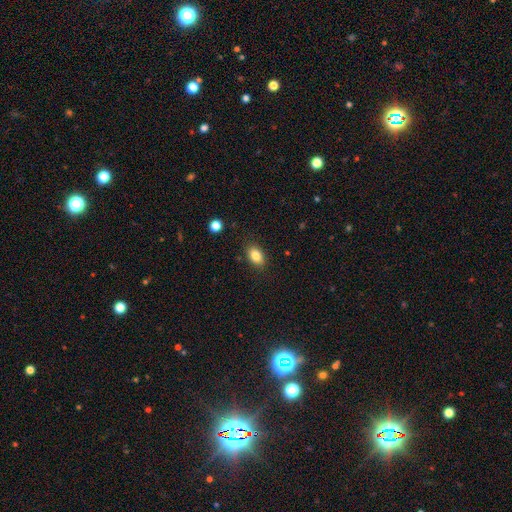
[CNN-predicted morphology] A smooth galaxy with no disk features (83%) that is in between round and cigar-shaped (85%). Merging: none (85%).